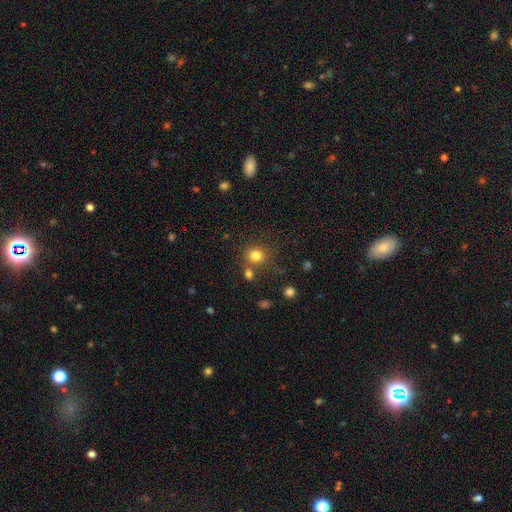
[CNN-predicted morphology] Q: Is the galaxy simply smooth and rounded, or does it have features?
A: smooth — 80%.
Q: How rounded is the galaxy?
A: round — 87%.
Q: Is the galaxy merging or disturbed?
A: none — 71%.